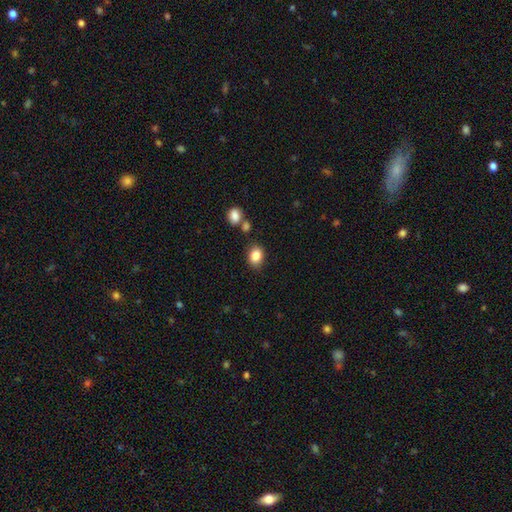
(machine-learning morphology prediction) smooth_or_featured: smooth (p=0.85) [alt: star or artifact p=0.10]
how_rounded: in between (p=0.60) [alt: round p=0.39]
merging: none (p=0.80) [alt: minor disturbance p=0.11]